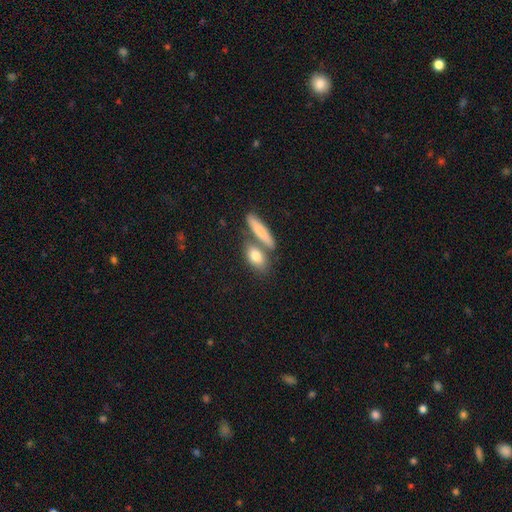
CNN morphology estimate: Smooth or featured: smooth — 78% (featured or disk — 15%)
How rounded: in between — 67% (cigar-shaped — 23%)
Merging: none — 52% (merger — 32%)